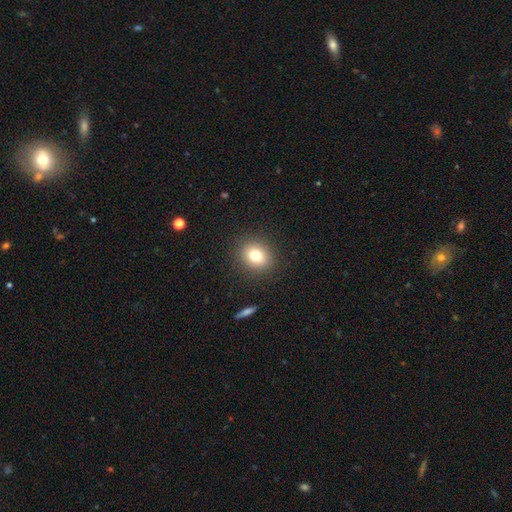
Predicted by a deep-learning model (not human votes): A smooth galaxy with no disk features (77%) that is round (73%). Merging: none (89%).